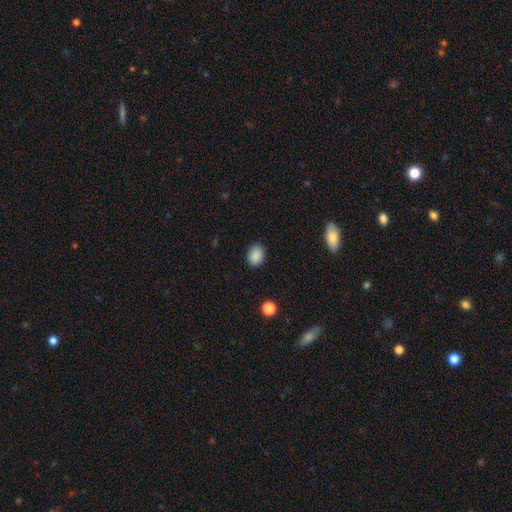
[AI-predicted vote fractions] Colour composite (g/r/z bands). It shows a smooth galaxy with no disk features (88%) that is in between round and cigar-shaped (65%). Merging: none (86%).